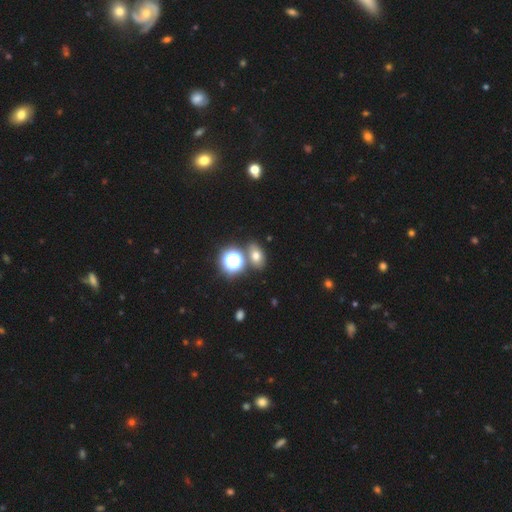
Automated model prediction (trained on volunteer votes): smooth 65%, star or artifact 24%, featured or disk 11%. Down the decision tree: how rounded — in between (69%); merging — none (75%).